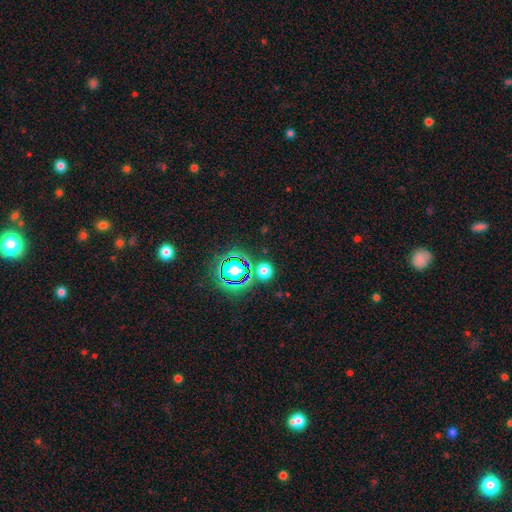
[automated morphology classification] Overall: star or artifact (79%).